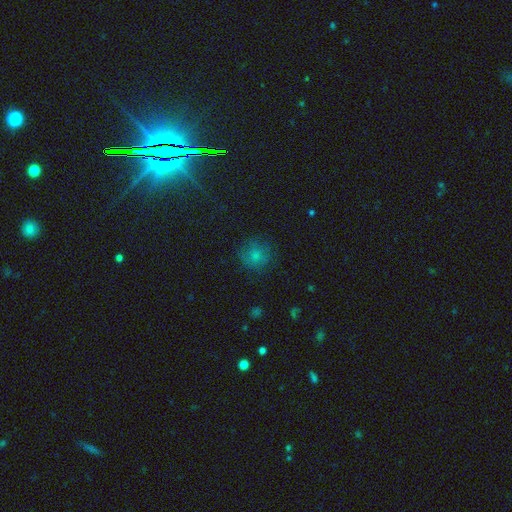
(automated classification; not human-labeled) Smooth or featured? Predicted: smooth (p=0.76). How rounded? Predicted: round (p=0.90). Merging? Predicted: none (p=0.77).